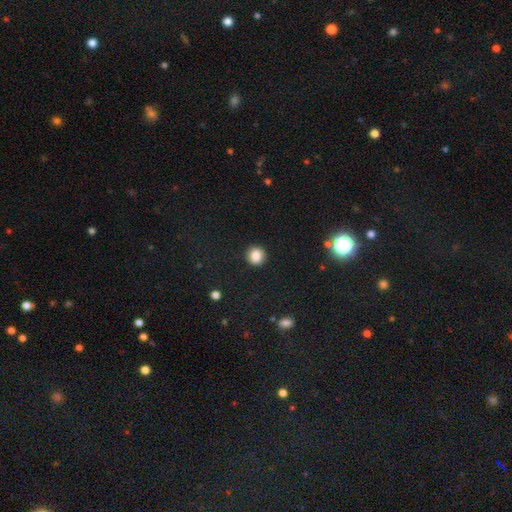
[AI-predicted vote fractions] Smooth or featured? smooth (84%)
How rounded? round (89%)
Merging? none (90%)